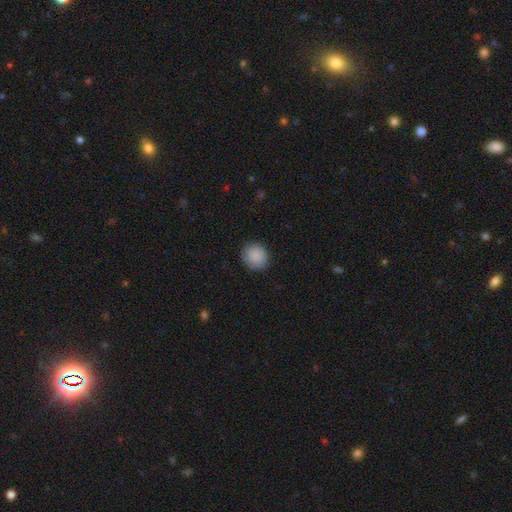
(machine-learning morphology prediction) Smooth or featured: smooth — 89% (star or artifact — 7%)
How rounded: round — 79% (in between — 20%)
Merging: none — 85% (minor disturbance — 11%)